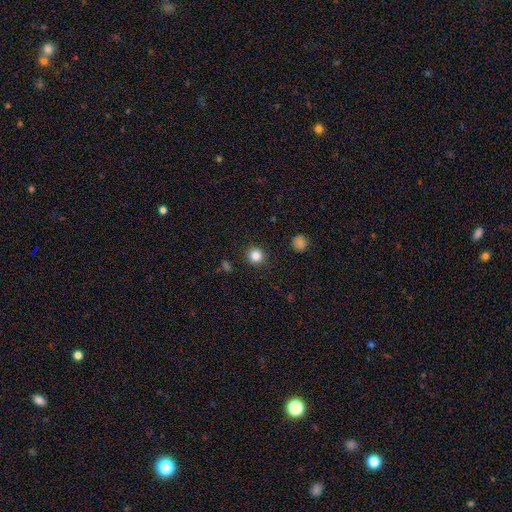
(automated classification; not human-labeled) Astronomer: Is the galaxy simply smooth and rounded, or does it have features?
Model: smooth — 84%.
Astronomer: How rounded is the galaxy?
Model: round — 92%.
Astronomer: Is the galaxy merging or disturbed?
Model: none — 91%.